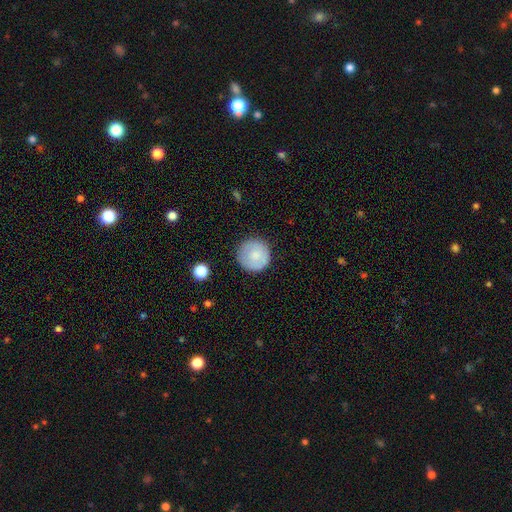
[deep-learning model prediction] Smooth or featured? smooth (76%)
How rounded? round (95%)
Merging? none (86%)